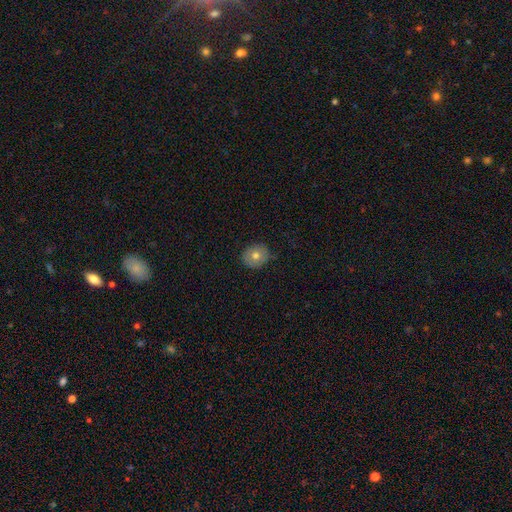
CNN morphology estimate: A smooth galaxy with no disk features (71%) that is round (79%). Merging: none (84%).